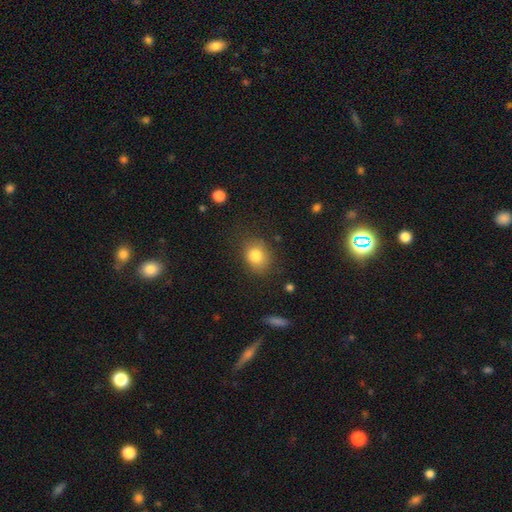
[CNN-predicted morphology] type=smooth (82%); roundness=round (53%); merging=none (75%).